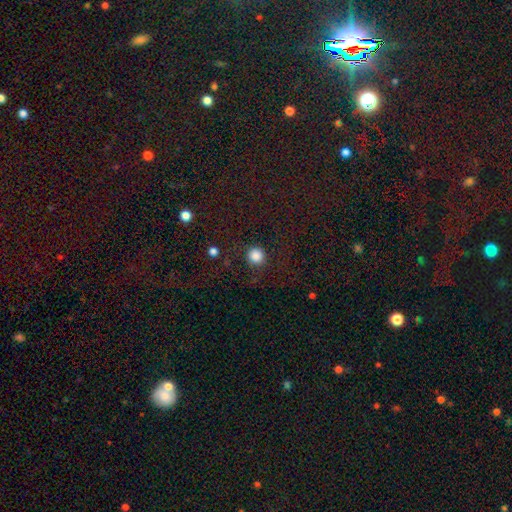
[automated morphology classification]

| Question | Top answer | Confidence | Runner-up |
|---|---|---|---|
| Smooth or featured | smooth | 85% | star or artifact (11%) |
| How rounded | round | 94% | in between (5%) |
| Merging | none | 86% | minor disturbance (8%) |